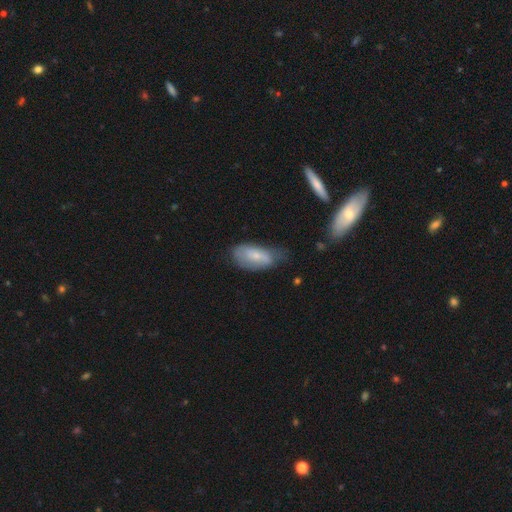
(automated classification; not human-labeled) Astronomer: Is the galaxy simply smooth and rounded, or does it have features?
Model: smooth — 62%.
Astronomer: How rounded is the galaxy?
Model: in between — 89%.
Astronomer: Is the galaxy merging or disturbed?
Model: none — 42% (runner-up: minor disturbance, 39%).